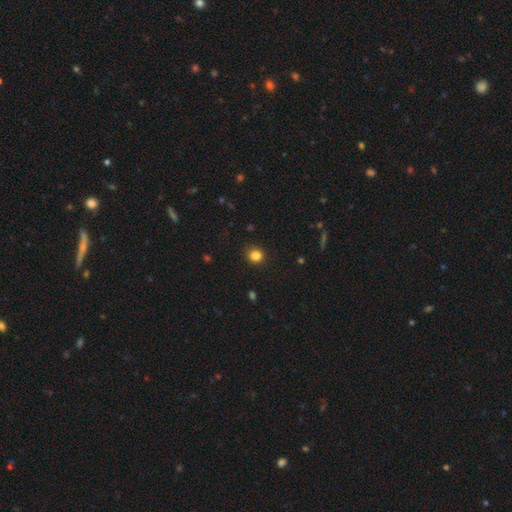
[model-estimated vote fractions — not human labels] Smooth or featured? Predicted: smooth (p=0.84). How rounded? Predicted: round (p=0.85). Merging? Predicted: none (p=0.88).